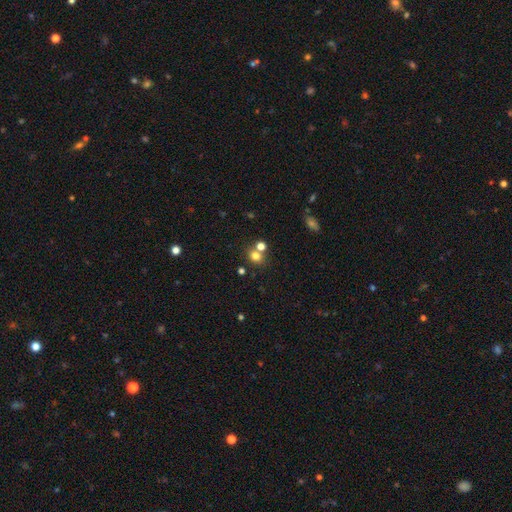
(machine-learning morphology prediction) Smooth or featured: smooth — 74% (star or artifact — 16%)
How rounded: round — 70% (in between — 29%)
Merging: none — 57% (merger — 31%)